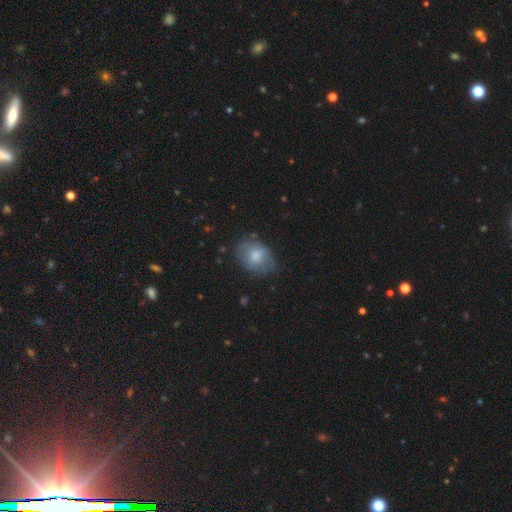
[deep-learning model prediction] smooth-or-featured: smooth: 70% | featured or disk: 22% | star or artifact: 7%
  how-rounded: in between: 67% | round: 32% | cigar-shaped: 1%
  merging: none: 65% | minor disturbance: 25% | major disturbance: 8% | merger: 2%